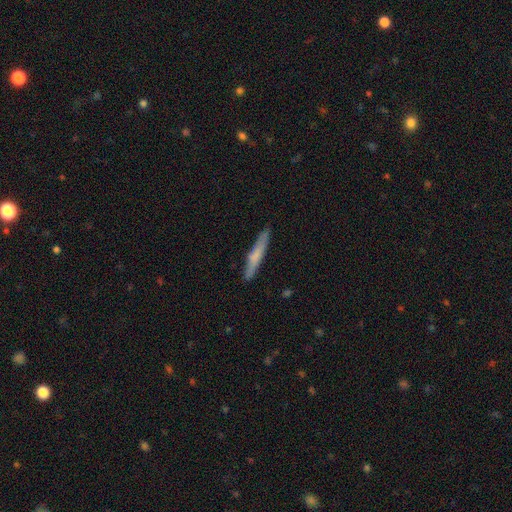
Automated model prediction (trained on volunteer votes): Smooth or featured: smooth — 58% (featured or disk — 36%)
How rounded: cigar-shaped — 94% (in between — 4%)
Merging: none — 88% (minor disturbance — 9%)